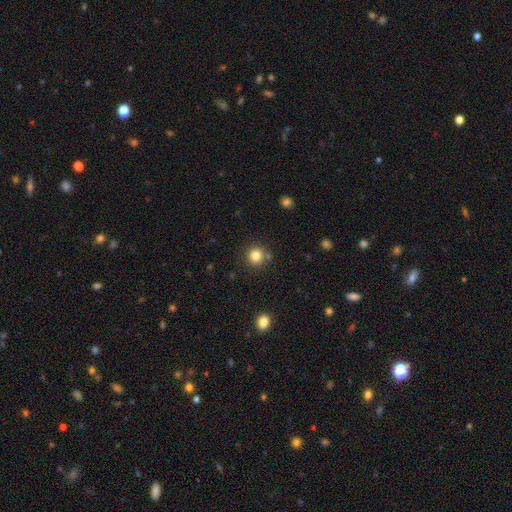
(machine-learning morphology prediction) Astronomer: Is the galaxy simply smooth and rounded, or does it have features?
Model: smooth — 82%.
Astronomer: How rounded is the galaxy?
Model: round — 92%.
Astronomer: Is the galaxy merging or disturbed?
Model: none — 82%.